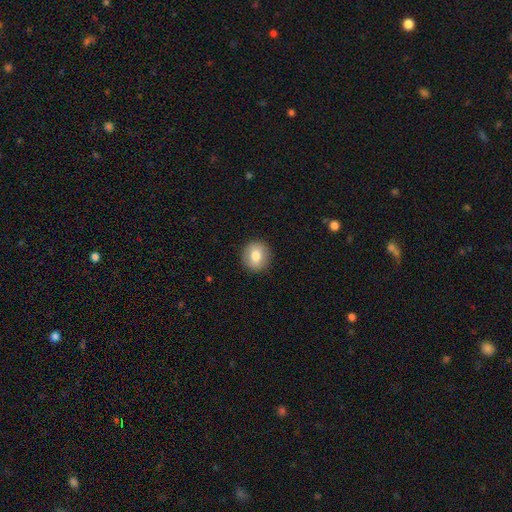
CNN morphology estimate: smooth_or_featured: smooth (p=0.78) [alt: featured or disk p=0.14]
how_rounded: round (p=0.87) [alt: in between p=0.12]
merging: none (p=0.90) [alt: minor disturbance p=0.07]